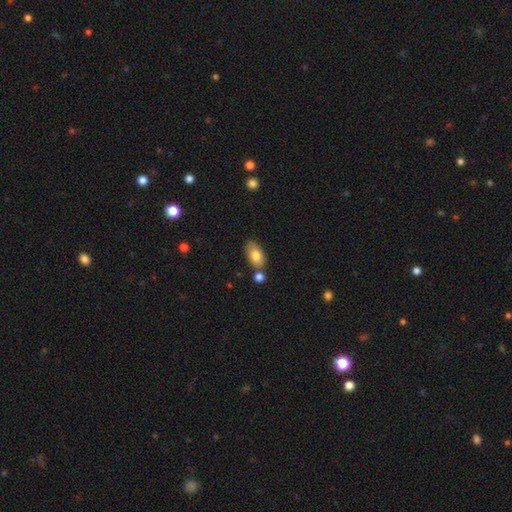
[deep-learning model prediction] The model was most divided on "merging": none: 69%, minor disturbance: 14%, merger: 13%, major disturbance: 3%. More confident: how rounded — in between (92%); smooth or featured — smooth (77%).